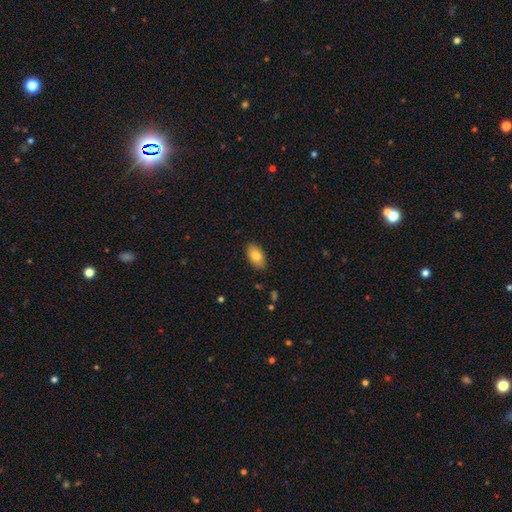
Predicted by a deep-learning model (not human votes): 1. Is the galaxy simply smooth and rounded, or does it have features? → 82% smooth, 11% featured or disk, 7% star or artifact.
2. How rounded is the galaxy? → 93% in between, 5% round, 2% cigar-shaped.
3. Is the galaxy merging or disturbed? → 87% none, 10% minor disturbance, 2% major disturbance, 1% merger.